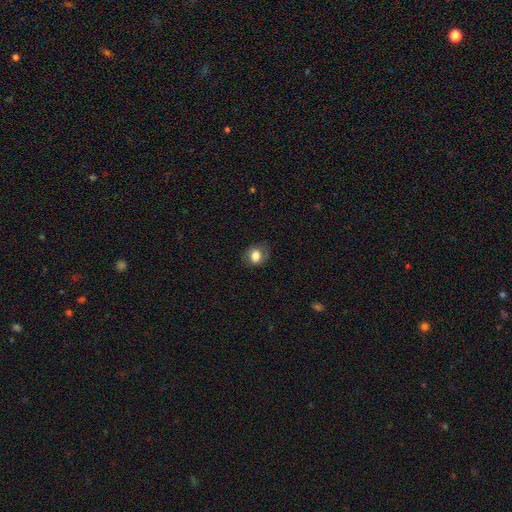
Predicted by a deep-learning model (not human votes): This is likely a smooth galaxy (78%). How rounded: possibly round (52%). Merging: likely none (74%).